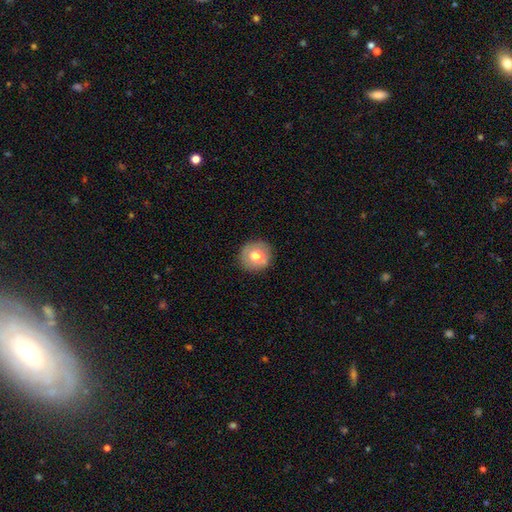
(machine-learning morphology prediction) Q: Smooth or featured?
A: smooth (67%); runner-up: featured or disk (25%)
Q: How rounded?
A: round (84%); runner-up: in between (15%)
Q: Merging?
A: none (85%); runner-up: minor disturbance (10%)